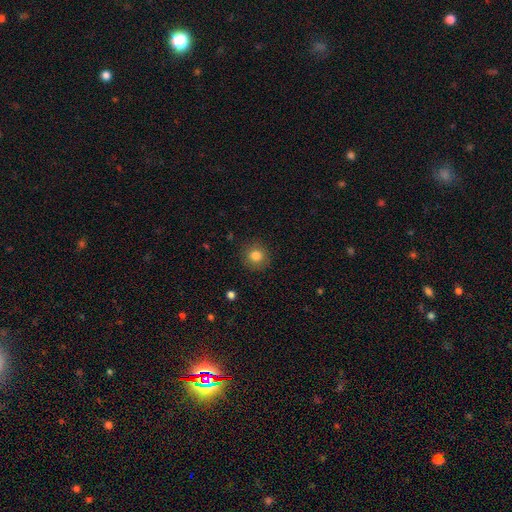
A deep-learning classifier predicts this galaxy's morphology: smooth_or_featured: smooth (p=0.82) [alt: star or artifact p=0.11]
how_rounded: round (p=0.91) [alt: in between p=0.08]
merging: none (p=0.89) [alt: minor disturbance p=0.07]